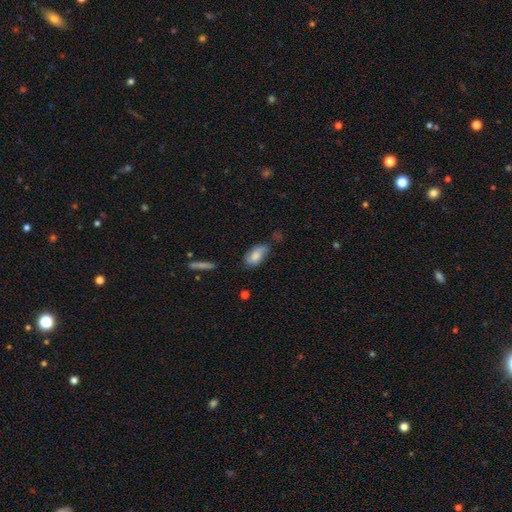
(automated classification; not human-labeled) A smooth galaxy with no disk features (71%) that is in between round and cigar-shaped (90%).

Vote fractions:
- Smooth or featured? smooth: 71% / featured or disk: 22% / star or artifact: 7%
- How rounded? in between: 90% / cigar-shaped: 5% / round: 4%
- Merging? none: 54% / minor disturbance: 33% / major disturbance: 9% / merger: 4%